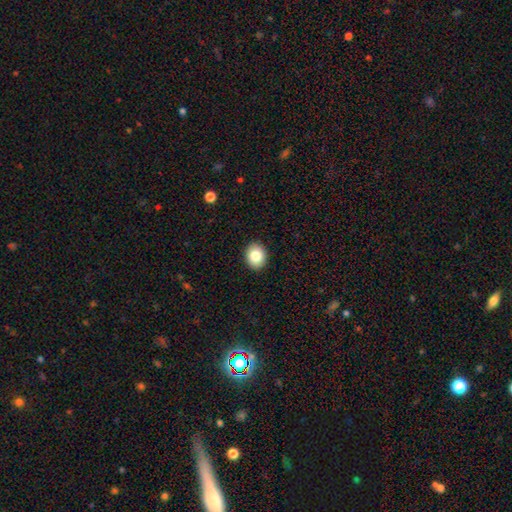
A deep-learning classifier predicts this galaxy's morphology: Smooth or featured? smooth (83%)
How rounded? round (50%)
Merging? none (91%)